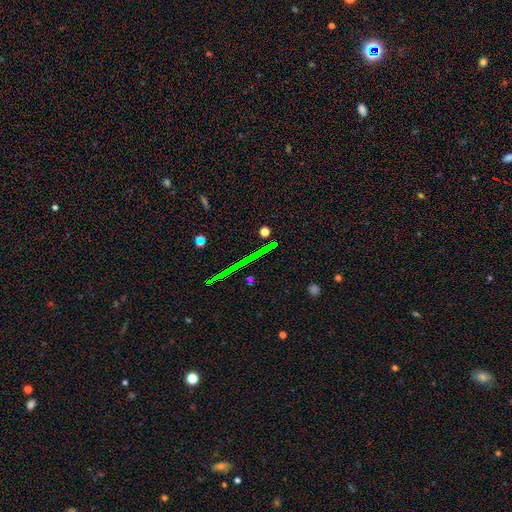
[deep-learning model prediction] Smooth or featured: star or artifact — 65% (smooth — 20%)